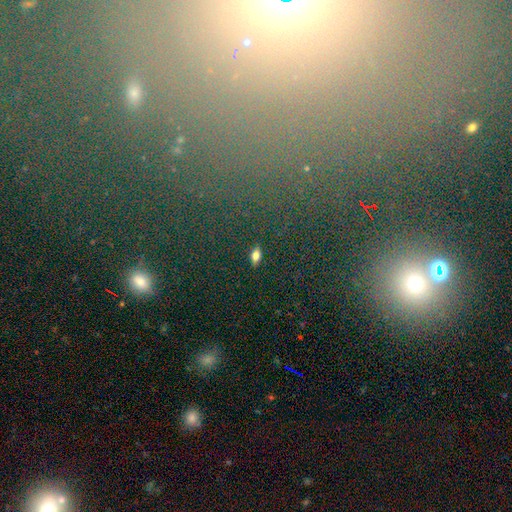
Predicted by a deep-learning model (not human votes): Smooth or featured?
  - smooth: 72% *
  - featured or disk: 14%
  - star or artifact: 14%
How rounded?
  - in between: 86% *
  - cigar-shaped: 9%
  - round: 5%
Merging?
  - none: 90% *
  - minor disturbance: 7%
  - major disturbance: 2%
  - merger: 1%